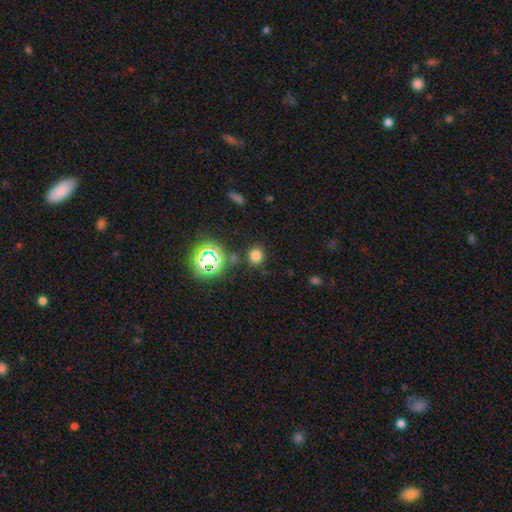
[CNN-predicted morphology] smooth_or_featured: smooth (p=0.72) [alt: star or artifact p=0.22]
how_rounded: round (p=0.83) [alt: in between p=0.16]
merging: none (p=0.84) [alt: minor disturbance p=0.08]